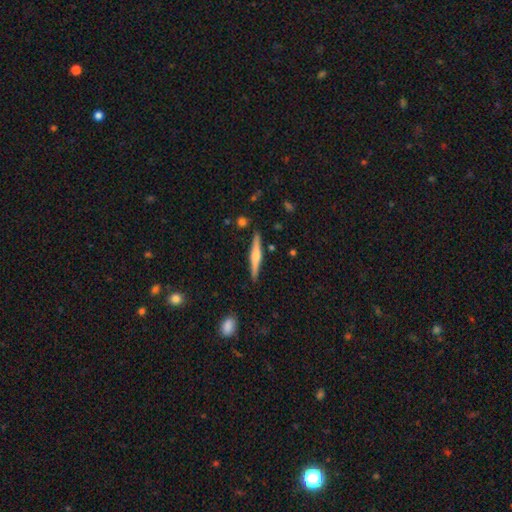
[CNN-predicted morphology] A featured or disk galaxy (60%) viewed edge-on (98%) with a rounded central bulge (80%).

Vote fractions:
- Smooth or featured? featured or disk: 60% / smooth: 35% / star or artifact: 6%
- Edge-on disk? yes: 98% / no: 2%
- Edge-on bulge? rounded: 80% / boxy: 11% / none: 9%
- Merging? none: 89% / minor disturbance: 8% / merger: 2% / major disturbance: 2%